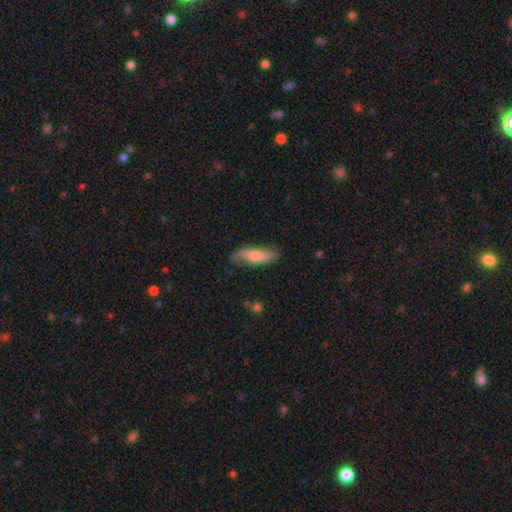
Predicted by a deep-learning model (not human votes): The model was most divided on "how rounded": in between: 59%, cigar-shaped: 38%, round: 2%. More confident: smooth or featured — smooth (67%); merging — none (62%).